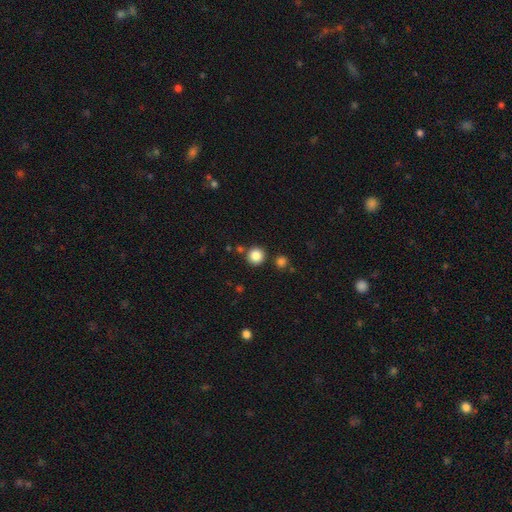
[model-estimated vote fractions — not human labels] A smooth galaxy with no disk features (85%) that is round (94%). Merging: none (85%).